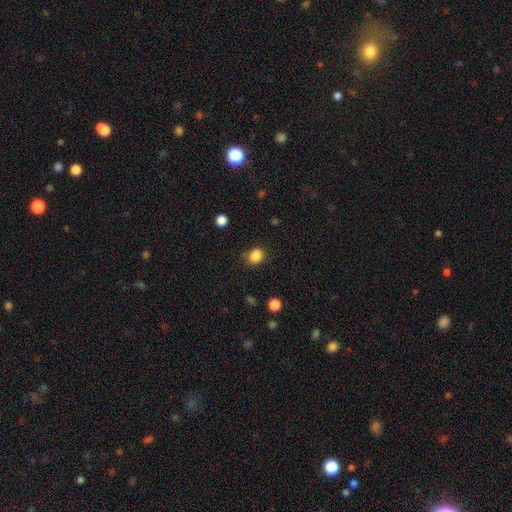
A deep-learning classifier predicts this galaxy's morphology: smooth 86%, star or artifact 11%, featured or disk 4%. Down the decision tree: how rounded — round (62%); merging — none (77%).